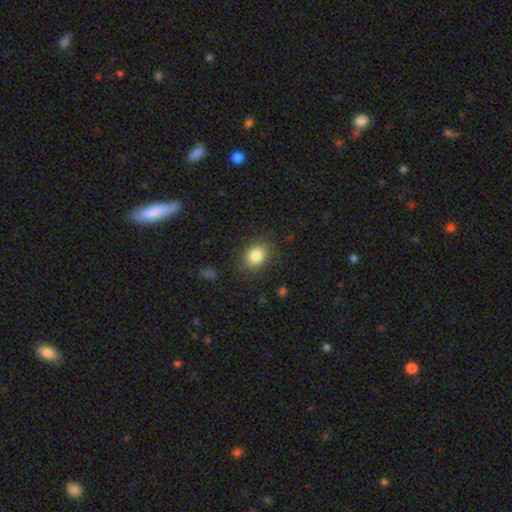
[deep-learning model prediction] Smooth or featured? Predicted: smooth (p=0.84). How rounded? Predicted: in between (p=0.66). Merging? Predicted: none (p=0.82).